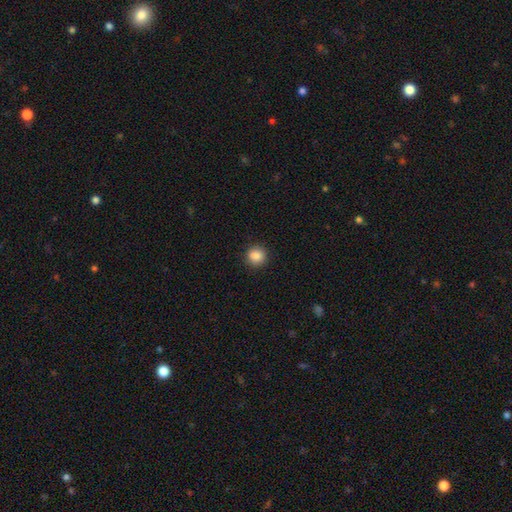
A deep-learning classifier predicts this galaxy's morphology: Q: Smooth or featured?
A: smooth (87%); runner-up: star or artifact (10%)
Q: How rounded?
A: round (88%); runner-up: in between (11%)
Q: Merging?
A: none (90%); runner-up: minor disturbance (7%)